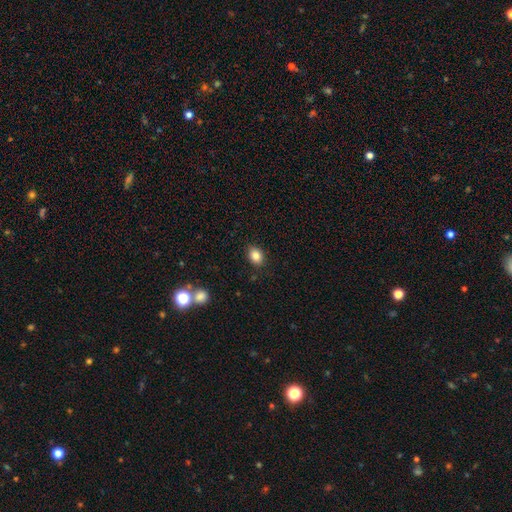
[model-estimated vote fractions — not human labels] This appears to be a smooth galaxy with no disk features (85%) that is in between round and cigar-shaped (63%). Merging: none (87%).